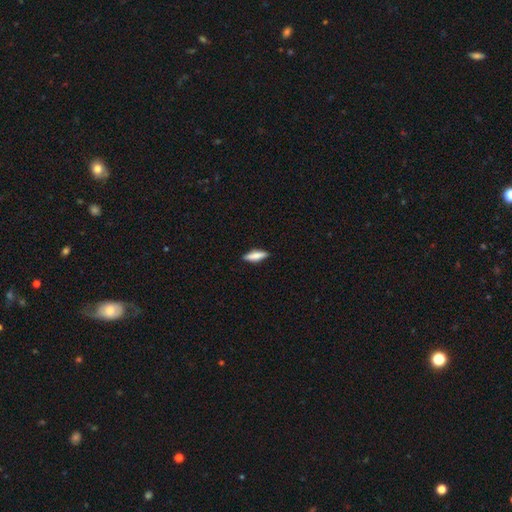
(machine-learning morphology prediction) Smooth or featured? smooth (75%)
How rounded? cigar-shaped (61%)
Merging? none (89%)